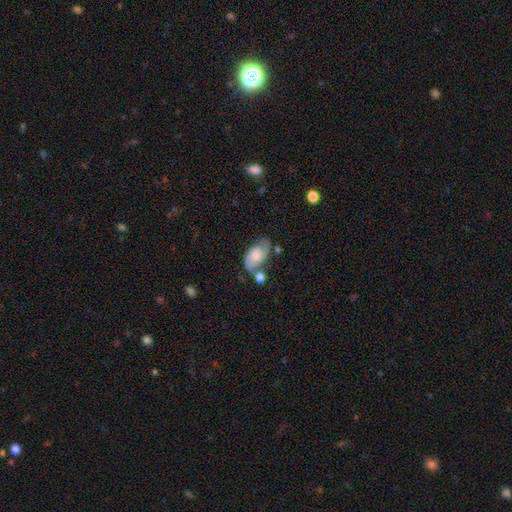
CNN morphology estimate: type=featured or disk (50%); edge-on=no (95%); merging=none (49%).